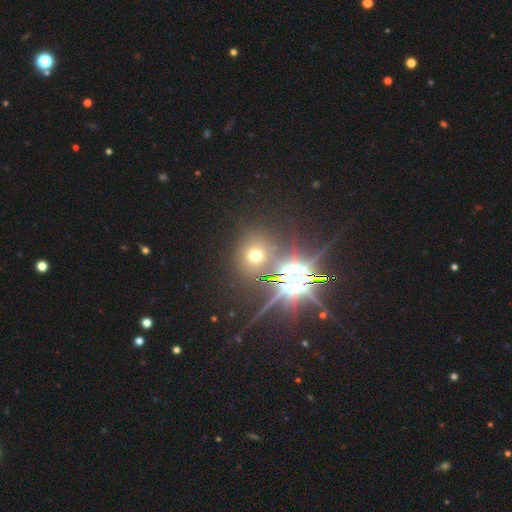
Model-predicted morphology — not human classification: This is marginally a smooth galaxy (45%). Merging: likely none (79%).